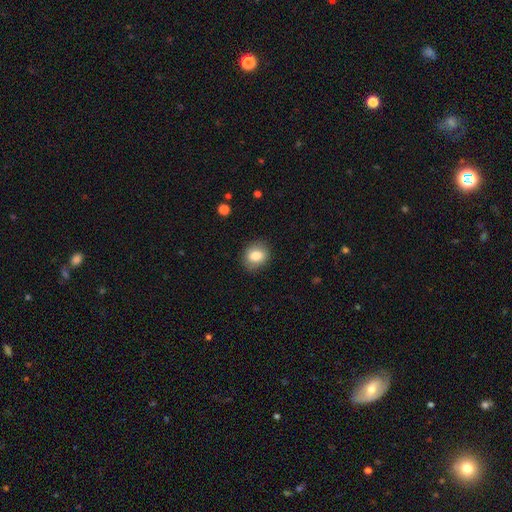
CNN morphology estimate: smooth_or_featured: smooth (p=0.82) [alt: featured or disk p=0.10]
how_rounded: round (p=0.59) [alt: in between p=0.40]
merging: none (p=0.86) [alt: minor disturbance p=0.10]